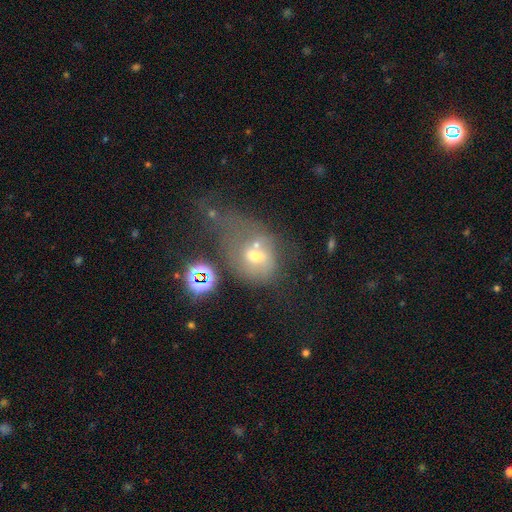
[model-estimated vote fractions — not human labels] smooth 50%, featured or disk 33%, star or artifact 17%. Down the decision tree: merging — major disturbance (35%).